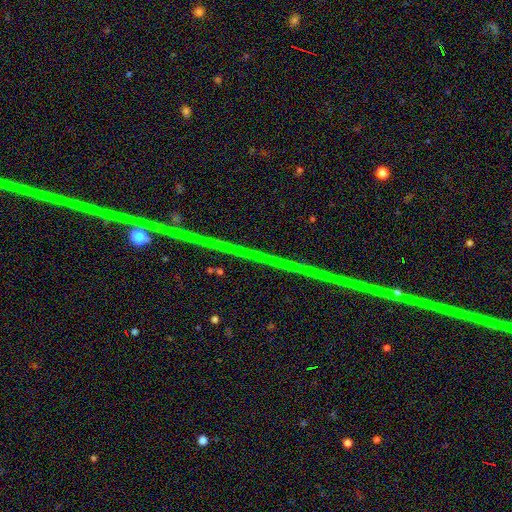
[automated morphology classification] type=star or artifact (79%).